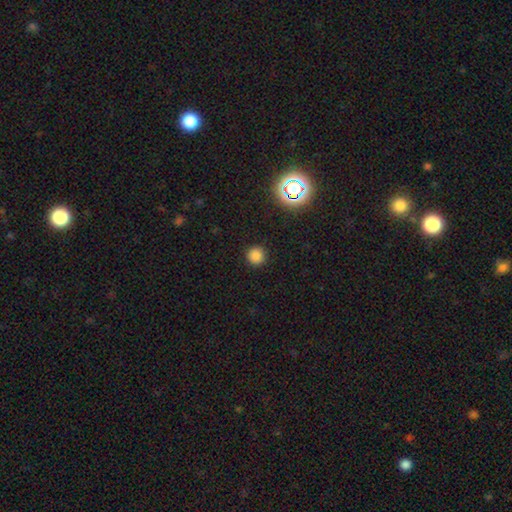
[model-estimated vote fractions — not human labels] The model was most divided on "smooth or featured": smooth: 81%, star or artifact: 15%, featured or disk: 4%. More confident: how rounded — round (95%); merging — none (91%).